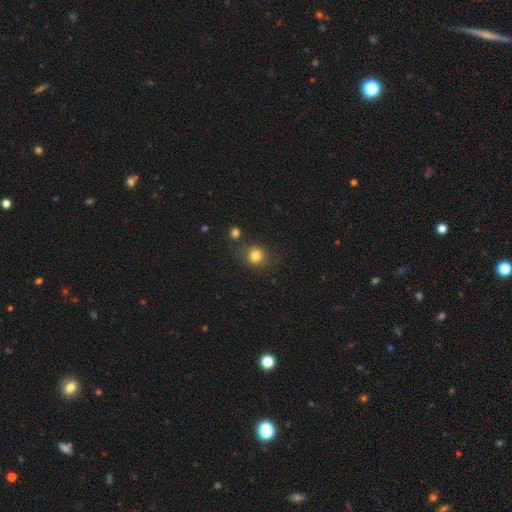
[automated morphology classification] smooth 81%, star or artifact 12%, featured or disk 7%. Down the decision tree: how rounded — round (83%); merging — none (78%).